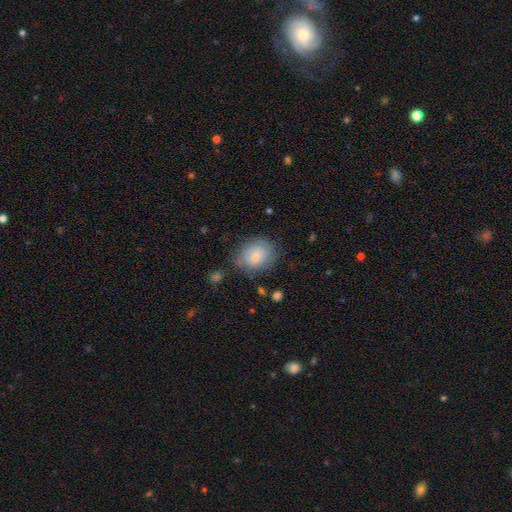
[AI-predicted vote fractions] This is likely a smooth galaxy (76%). How rounded: possibly round (54%). Merging: likely none (69%).